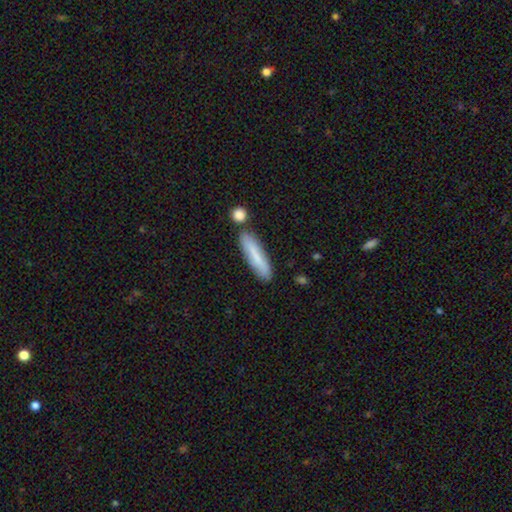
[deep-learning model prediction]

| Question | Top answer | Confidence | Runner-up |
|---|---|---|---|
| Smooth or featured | smooth | 75% | featured or disk (18%) |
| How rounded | cigar-shaped | 82% | in between (17%) |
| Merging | none | 76% | minor disturbance (12%) |